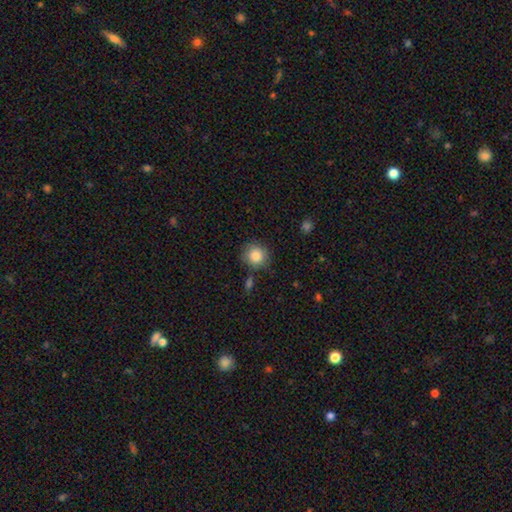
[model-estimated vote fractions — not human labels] Smooth or featured? Predicted: smooth (p=0.87). How rounded? Predicted: round (p=0.91). Merging? Predicted: none (p=0.80).